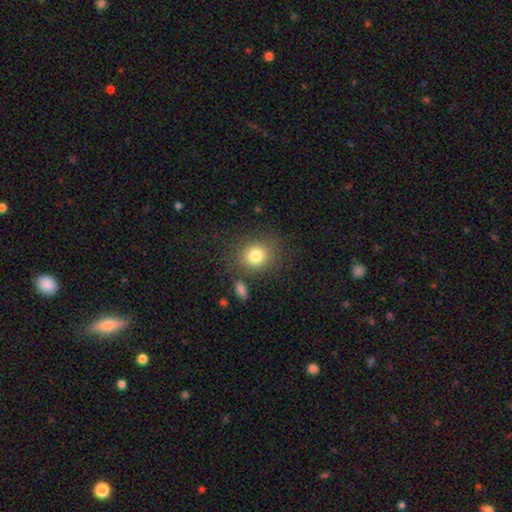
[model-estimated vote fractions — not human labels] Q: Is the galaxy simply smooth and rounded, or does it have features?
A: smooth — 81%.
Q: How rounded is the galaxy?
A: round — 71%.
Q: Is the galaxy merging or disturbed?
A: none — 78%.